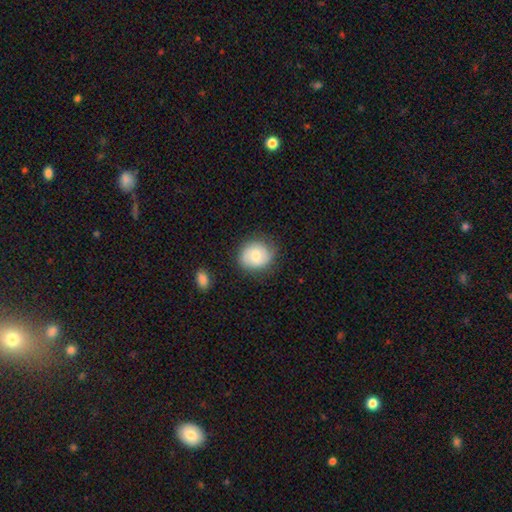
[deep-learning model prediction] This appears to be a smooth galaxy with no disk features (64%) that is round (73%). Merging: none (75%).